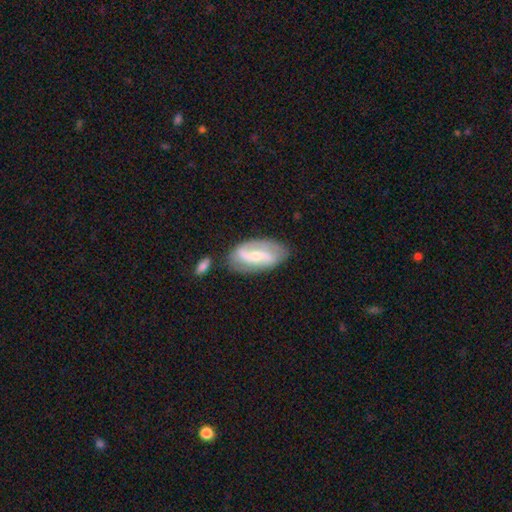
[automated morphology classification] Smooth or featured: featured or disk — 77% (smooth — 18%)
Edge-on disk: no — 95% (yes — 5%)
Bar: weak — 39% (strong — 33%)
Spiral arms: yes — 92% (no — 8%)
Spiral winding: medium — 41% (loose — 40%)
Spiral arm count: 2 — 87% (can't tell — 6%)
Bulge size: small — 54% (moderate — 40%)
Merging: none — 74% (minor disturbance — 16%)